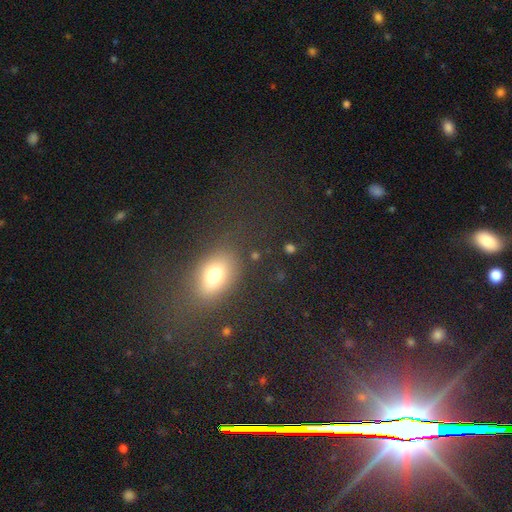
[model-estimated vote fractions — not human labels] Smooth or featured? smooth (70%)
How rounded? in between (70%)
Merging? none (75%)